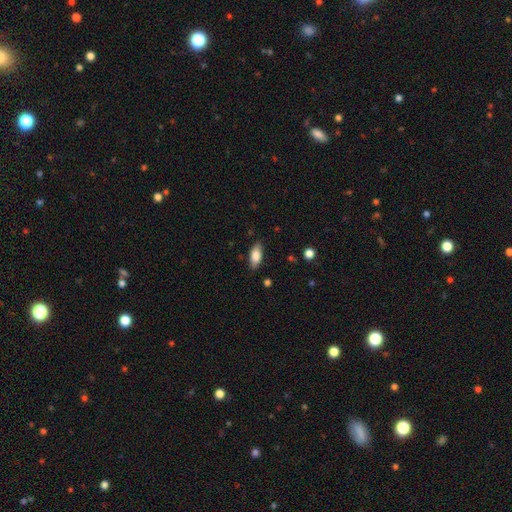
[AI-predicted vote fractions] Smooth or featured? smooth (83%)
How rounded? in between (83%)
Merging? none (83%)